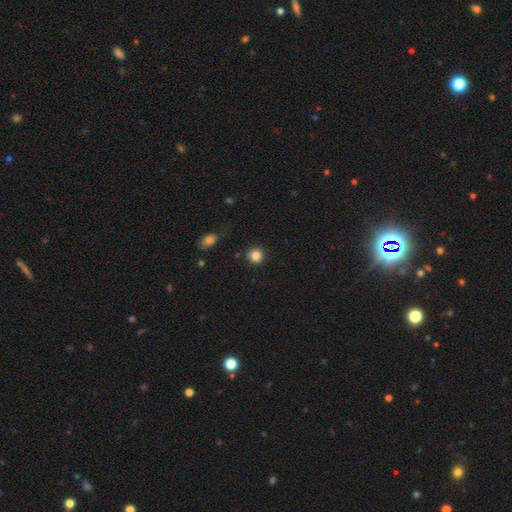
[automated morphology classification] Smooth or featured? smooth (84%)
How rounded? round (92%)
Merging? none (87%)